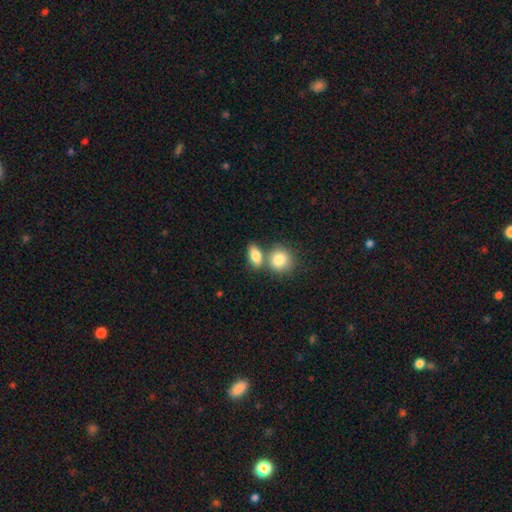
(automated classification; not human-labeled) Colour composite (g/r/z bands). It shows a smooth galaxy with no disk features (83%) that is in between round and cigar-shaped (76%). Merging: none (50%).